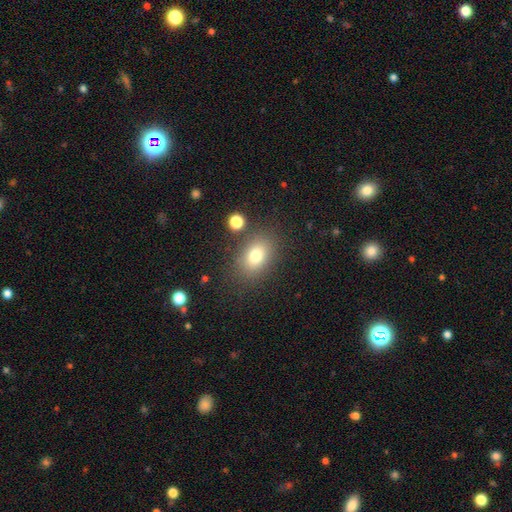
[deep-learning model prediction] smooth 78%, star or artifact 11%, featured or disk 11%. Down the decision tree: how rounded — in between (78%); merging — none (80%).